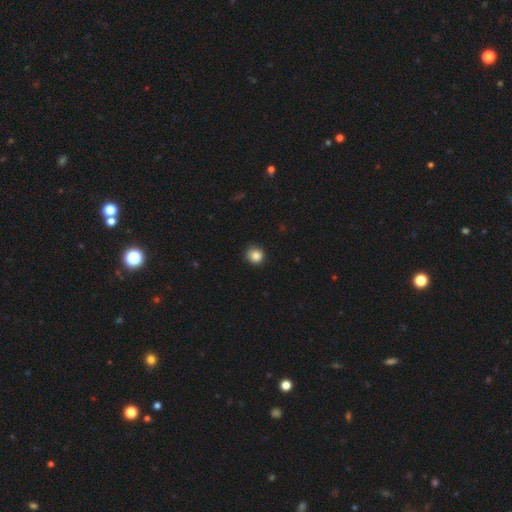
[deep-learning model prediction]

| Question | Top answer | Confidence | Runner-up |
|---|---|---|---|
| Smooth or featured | smooth | 86% | star or artifact (10%) |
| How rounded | round | 91% | in between (8%) |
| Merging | none | 86% | minor disturbance (11%) |